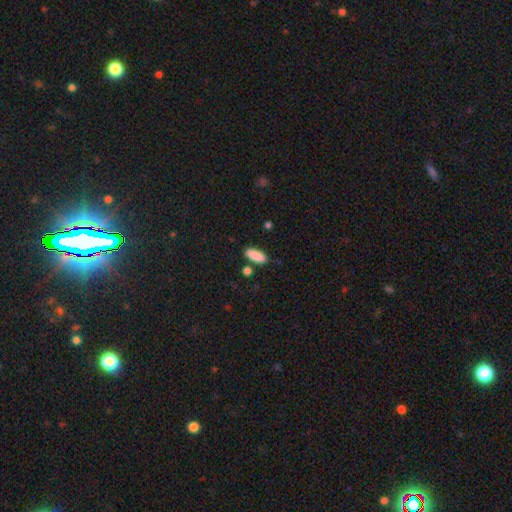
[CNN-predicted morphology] Smooth or featured? Predicted: smooth (p=0.89). How rounded? Predicted: in between (p=0.76). Merging? Predicted: none (p=0.82).